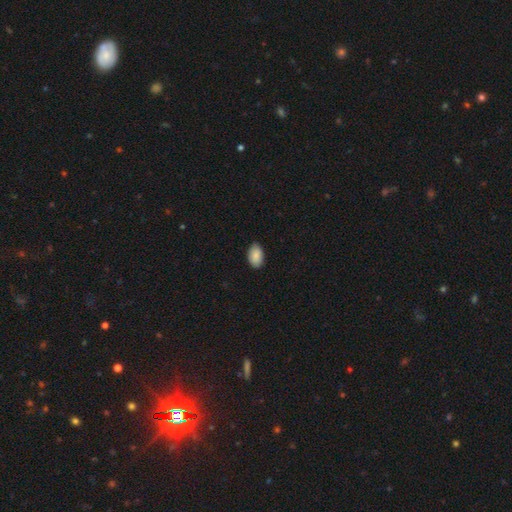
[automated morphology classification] Smooth or featured? Predicted: smooth (p=0.89). How rounded? Predicted: in between (p=0.92). Merging? Predicted: none (p=0.84).